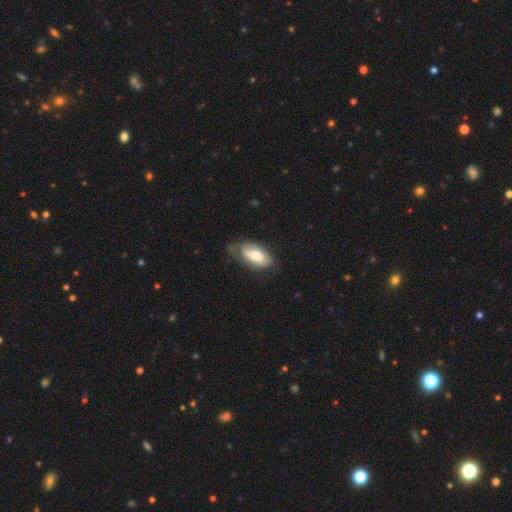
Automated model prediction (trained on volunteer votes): The model was most divided on "merging": none: 54%, minor disturbance: 32%, major disturbance: 12%, merger: 2%. More confident: how rounded — in between (91%); smooth or featured — smooth (72%).